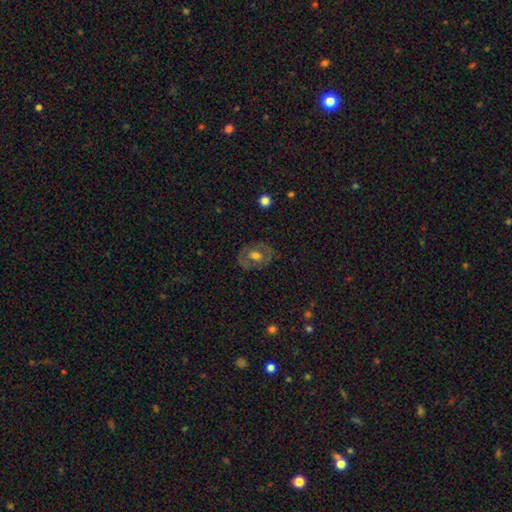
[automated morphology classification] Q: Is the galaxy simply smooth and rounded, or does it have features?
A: featured or disk — 47%.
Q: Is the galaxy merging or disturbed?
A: none — 76%.